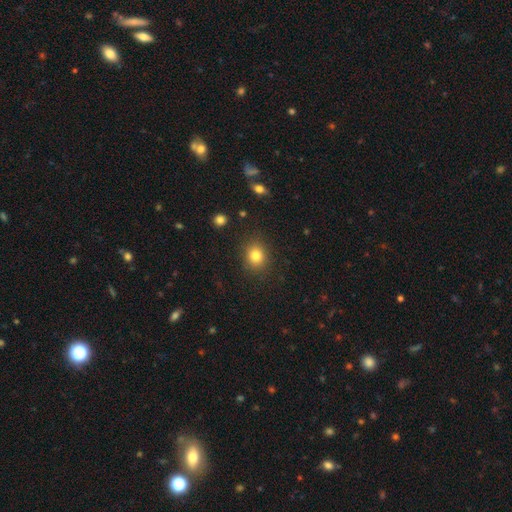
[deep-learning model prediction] A smooth galaxy with no disk features (82%) that is round (70%). Merging: none (87%).